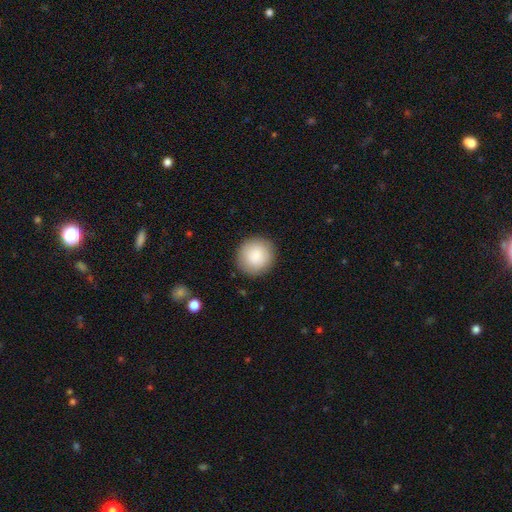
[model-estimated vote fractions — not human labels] A smooth galaxy with no disk features (86%) that is round (93%). Merging: none (90%).